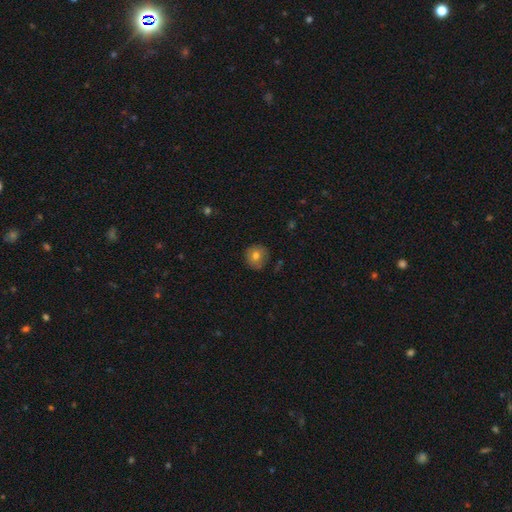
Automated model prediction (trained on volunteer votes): This is likely a smooth galaxy (72%). How rounded: clearly round (93%). Merging: clearly none (84%).